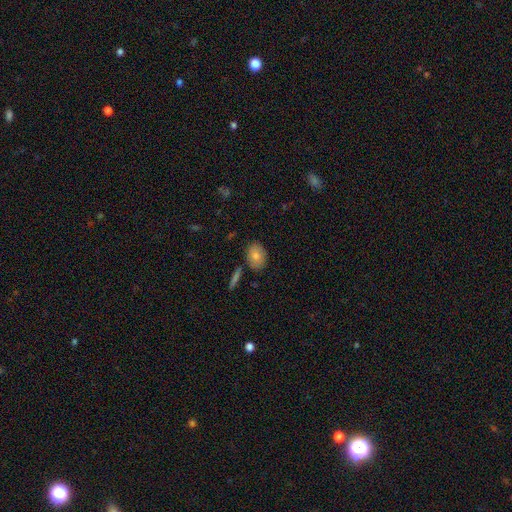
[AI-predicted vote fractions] A smooth galaxy with no disk features (81%) that is in between round and cigar-shaped (74%). Merging: none (81%).